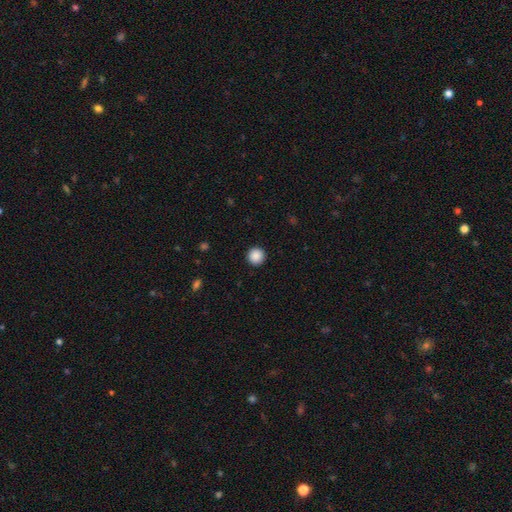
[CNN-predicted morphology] Q: Smooth or featured?
A: smooth (89%); runner-up: star or artifact (9%)
Q: How rounded?
A: round (96%); runner-up: in between (3%)
Q: Merging?
A: none (93%); runner-up: minor disturbance (4%)